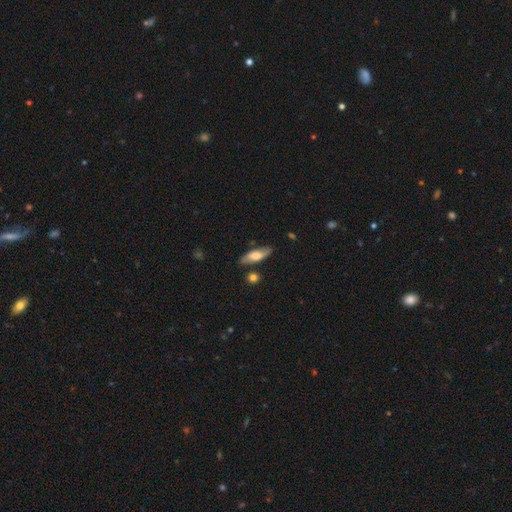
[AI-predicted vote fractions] Smooth or featured? smooth (59%)
How rounded? in between (54%)
Merging? none (79%)